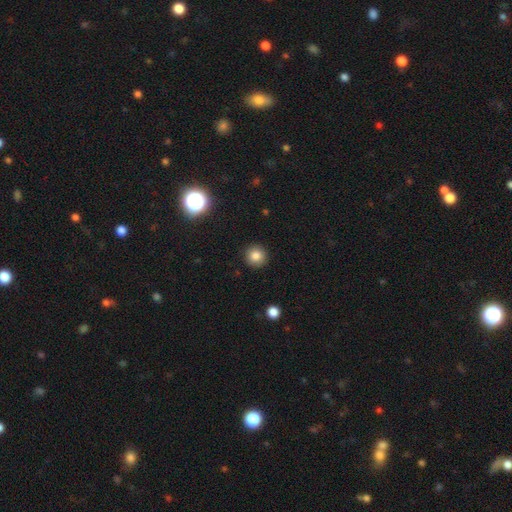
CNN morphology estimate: A smooth galaxy with no disk features (82%) that is round (94%). Merging: none (91%).